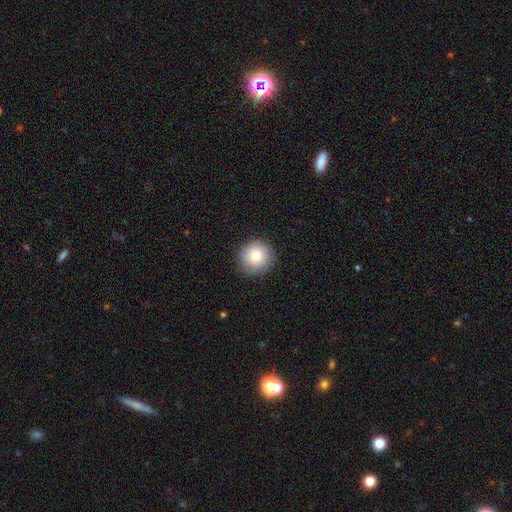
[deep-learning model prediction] smooth_or_featured: smooth (p=0.83) [alt: featured or disk p=0.09]
how_rounded: round (p=0.93) [alt: in between p=0.06]
merging: none (p=0.86) [alt: minor disturbance p=0.10]